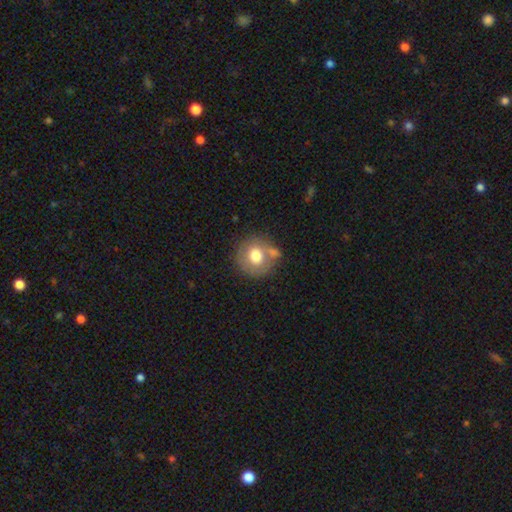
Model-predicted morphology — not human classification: Smooth or featured: smooth — 69% (featured or disk — 23%)
How rounded: round — 86% (in between — 13%)
Merging: none — 61% (merger — 16%)